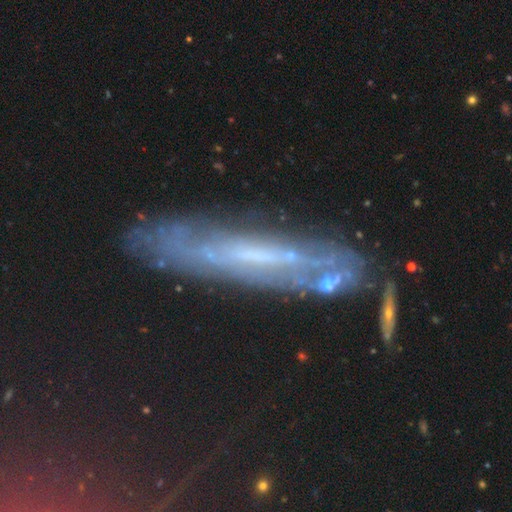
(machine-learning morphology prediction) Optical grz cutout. It shows a featured or disk galaxy (62%) viewed edge-on (53%). Merging: none (64%).